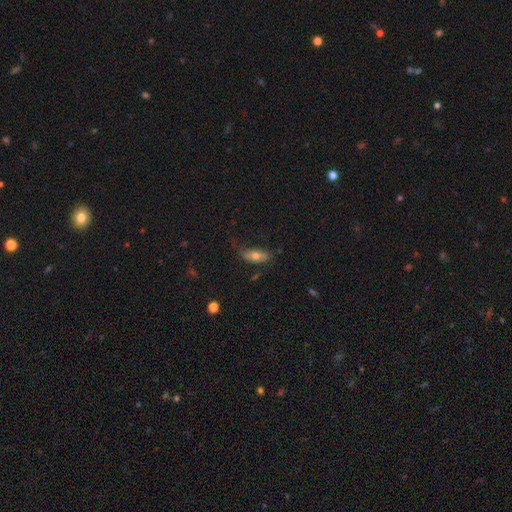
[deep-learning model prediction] Smooth or featured?
  - smooth: 65% *
  - featured or disk: 27%
  - star or artifact: 7%
How rounded?
  - in between: 76% *
  - cigar-shaped: 20%
  - round: 4%
Merging?
  - none: 62% *
  - minor disturbance: 26%
  - major disturbance: 9%
  - merger: 2%